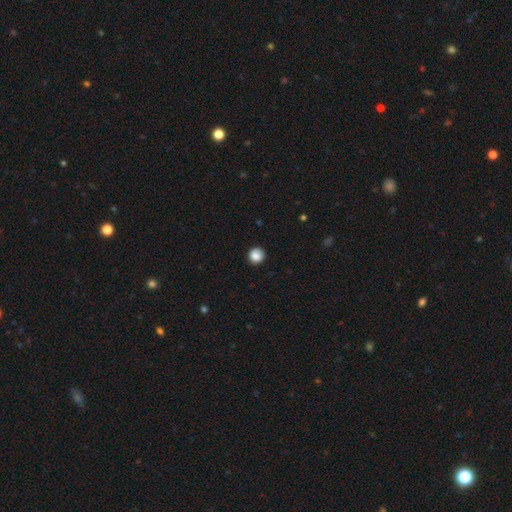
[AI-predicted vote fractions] Smooth or featured?
  - smooth: 87% *
  - star or artifact: 9%
  - featured or disk: 4%
How rounded?
  - round: 92% *
  - in between: 7%
  - cigar-shaped: 1%
Merging?
  - none: 89% *
  - minor disturbance: 8%
  - major disturbance: 2%
  - merger: 1%